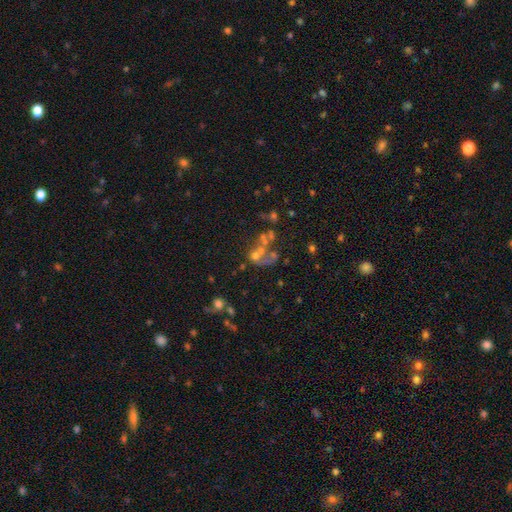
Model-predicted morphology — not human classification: type=featured or disk (43%); merging=merger (47%).